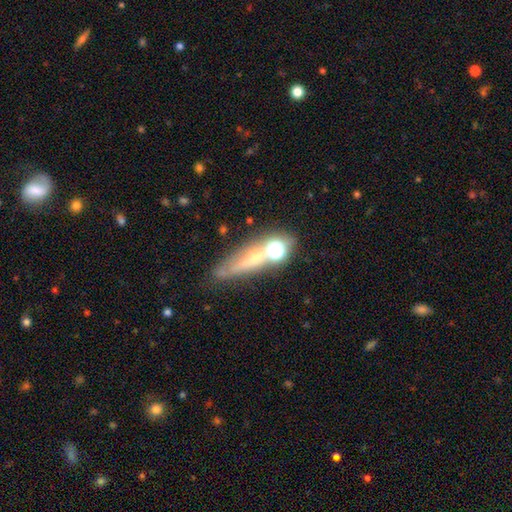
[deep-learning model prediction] Smooth or featured? smooth (39%)
Merging? none (56%)